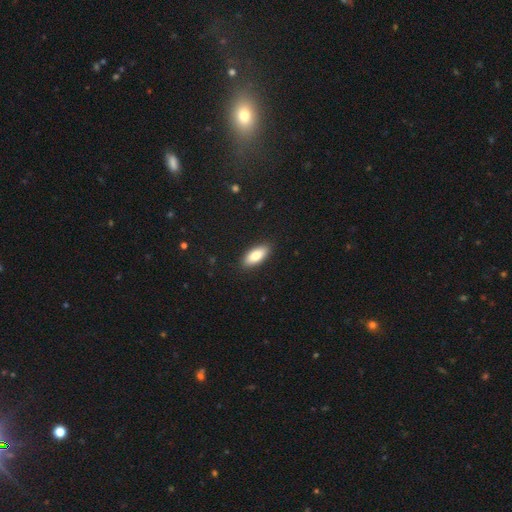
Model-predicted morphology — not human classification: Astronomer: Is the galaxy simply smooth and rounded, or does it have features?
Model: smooth — 82%.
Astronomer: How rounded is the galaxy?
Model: in between — 84%.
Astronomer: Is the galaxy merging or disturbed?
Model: none — 90%.